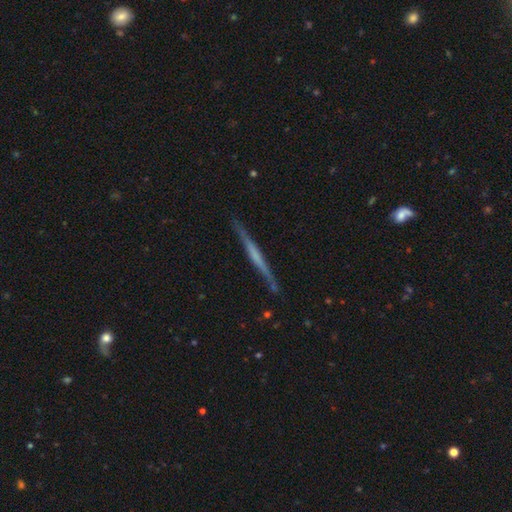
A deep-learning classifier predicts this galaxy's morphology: Smooth or featured? Predicted: featured or disk (p=0.65). Edge-on disk? Predicted: yes (p=0.98). Edge-on bulge? Predicted: none (p=0.65). Merging? Predicted: none (p=0.88).